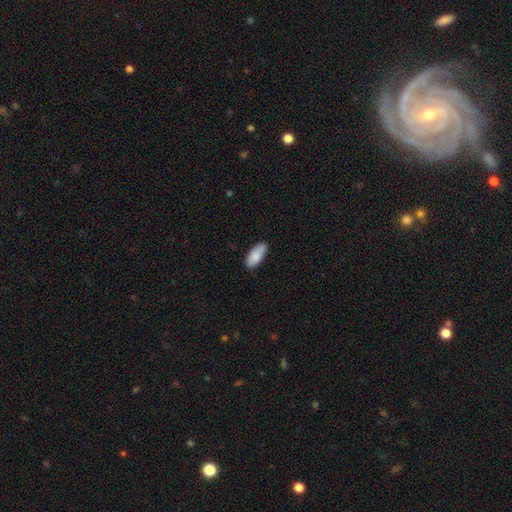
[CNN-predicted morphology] The model was most divided on "merging": none: 81%, minor disturbance: 15%, major disturbance: 2%, merger: 1%. More confident: how rounded — in between (90%); smooth or featured — smooth (86%).